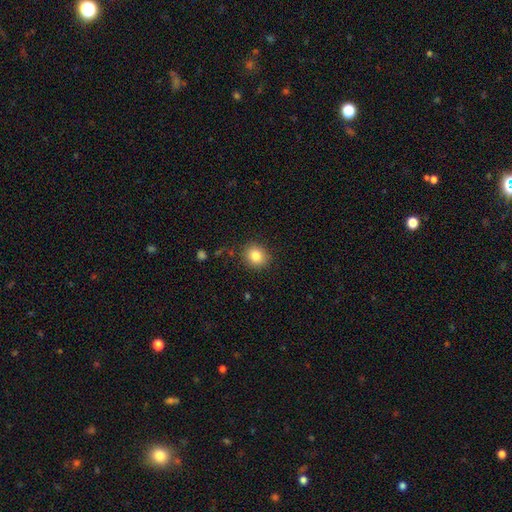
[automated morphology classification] Smooth or featured?
  - smooth: 83% *
  - star or artifact: 10%
  - featured or disk: 7%
How rounded?
  - round: 79% *
  - in between: 20%
  - cigar-shaped: 1%
Merging?
  - none: 88% *
  - minor disturbance: 8%
  - major disturbance: 3%
  - merger: 1%